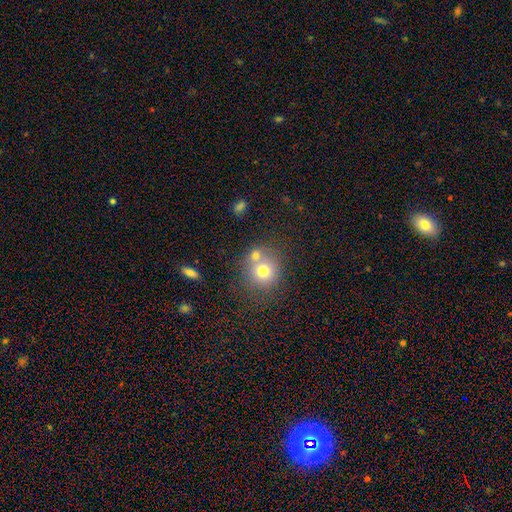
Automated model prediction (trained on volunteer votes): Smooth or featured: smooth — 72% (featured or disk — 16%)
How rounded: round — 85% (in between — 14%)
Merging: none — 50% (merger — 37%)